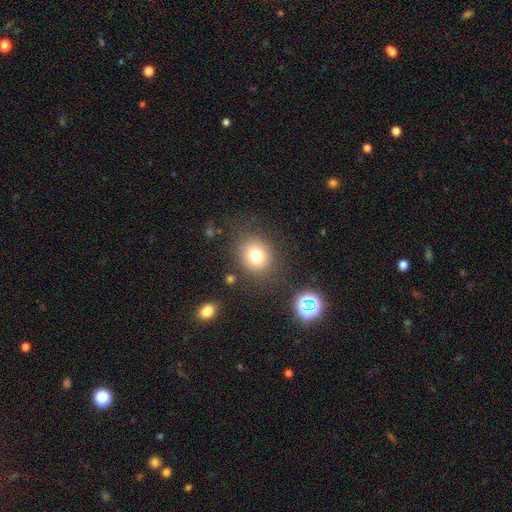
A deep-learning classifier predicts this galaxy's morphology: Q: Smooth or featured?
A: smooth (76%); runner-up: star or artifact (14%)
Q: How rounded?
A: round (72%); runner-up: in between (28%)
Q: Merging?
A: none (79%); runner-up: minor disturbance (12%)